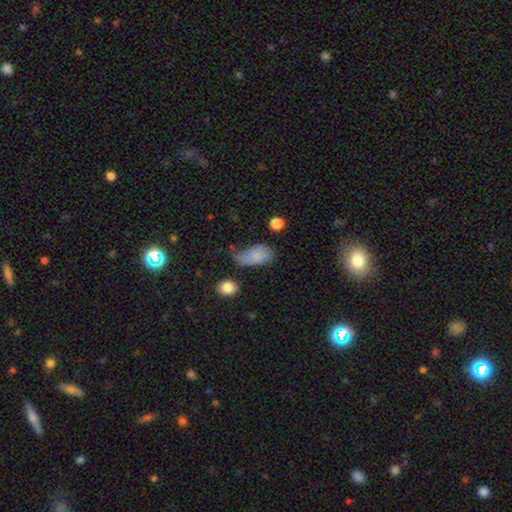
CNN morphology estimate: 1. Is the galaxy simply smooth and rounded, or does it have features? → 69% smooth, 21% featured or disk, 10% star or artifact.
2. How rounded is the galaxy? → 90% in between, 7% round, 3% cigar-shaped.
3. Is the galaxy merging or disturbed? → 37% minor disturbance, 31% major disturbance, 27% none, 6% merger.